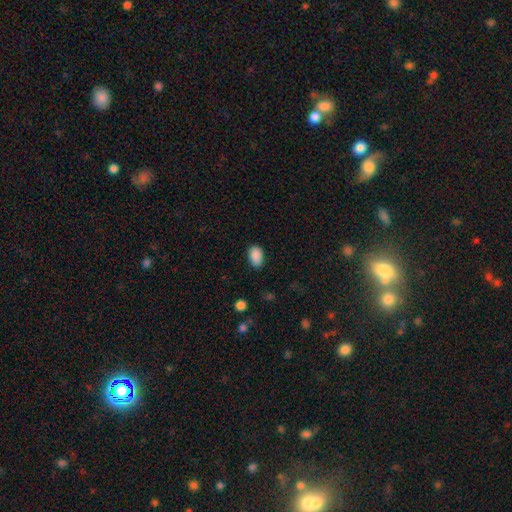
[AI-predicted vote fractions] Smooth or featured? Predicted: smooth (p=0.89). How rounded? Predicted: in between (p=0.87). Merging? Predicted: none (p=0.82).